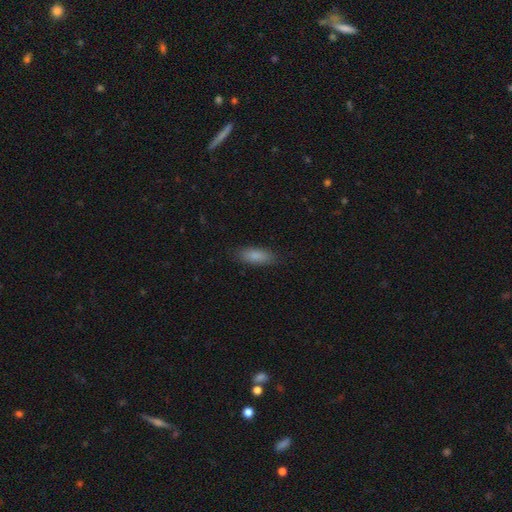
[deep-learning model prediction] smooth_or_featured: smooth (p=0.86) [alt: featured or disk p=0.08]
how_rounded: in between (p=0.69) [alt: cigar-shaped p=0.29]
merging: none (p=0.86) [alt: minor disturbance p=0.11]